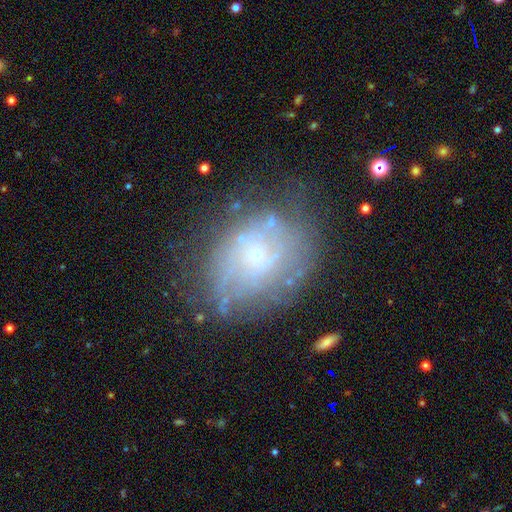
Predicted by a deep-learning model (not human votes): Q: Smooth or featured?
A: featured or disk (61%); runner-up: smooth (27%)
Q: Edge-on disk?
A: no (96%); runner-up: yes (4%)
Q: Bar?
A: no (80%); runner-up: weak (16%)
Q: Spiral arms?
A: yes (59%); runner-up: no (41%)
Q: Bulge size?
A: small (81%); runner-up: moderate (11%)
Q: Merging?
A: none (60%); runner-up: minor disturbance (23%)